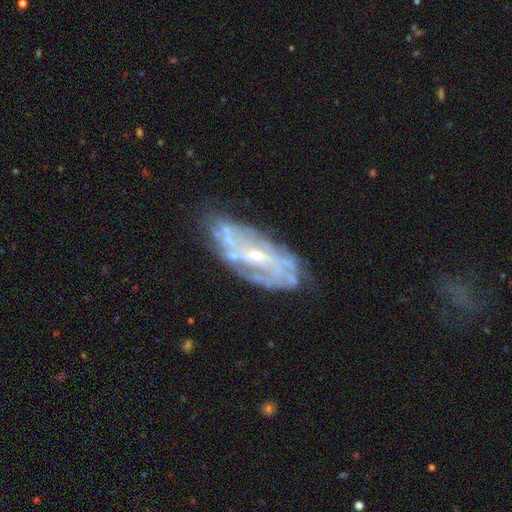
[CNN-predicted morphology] Smooth or featured?
  - featured or disk: 80% *
  - smooth: 13%
  - star or artifact: 8%
Edge-on disk?
  - no: 90% *
  - yes: 10%
Bar?
  - no: 46% *
  - weak: 37%
  - strong: 17%
Spiral arms?
  - yes: 75% *
  - no: 25%
Spiral winding?
  - tight: 44% *
  - medium: 35%
  - loose: 20%
Spiral arm count?
  - can't tell: 49% *
  - 2: 24%
  - 3: 10%
  - 4: 8%
  - more than 4: 5%
  - 1: 4%
Bulge size?
  - small: 71% *
  - moderate: 24%
  - none: 3%
  - large: 1%
  - dominant: 1%
Merging?
  - none: 64% *
  - minor disturbance: 22%
  - major disturbance: 11%
  - merger: 4%